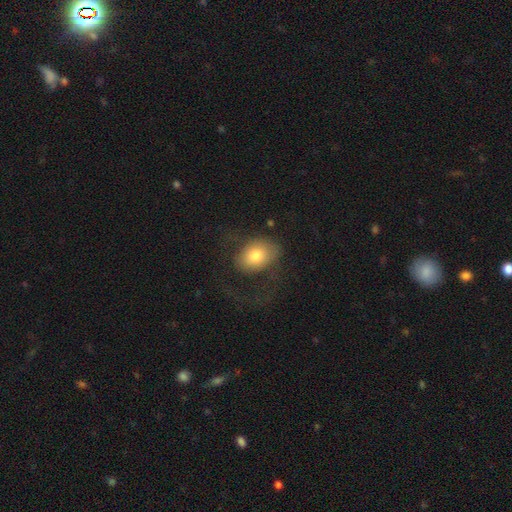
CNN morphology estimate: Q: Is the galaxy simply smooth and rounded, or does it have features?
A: smooth — 71%.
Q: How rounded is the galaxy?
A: in between — 77%.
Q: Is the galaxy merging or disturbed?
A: none — 46%.